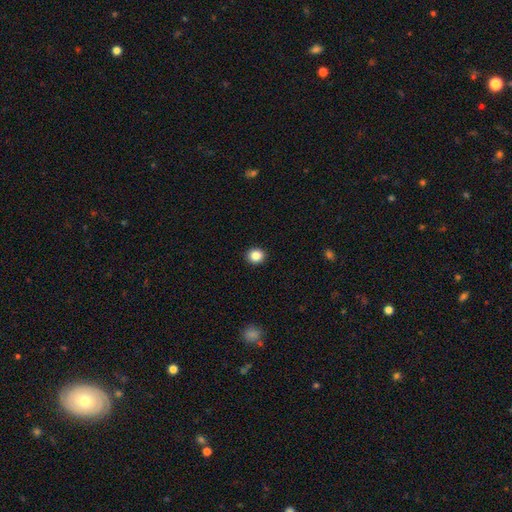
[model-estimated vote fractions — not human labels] The model was most divided on "how rounded": round: 81%, in between: 18%, cigar-shaped: 1%. More confident: merging — none (92%); smooth or featured — smooth (86%).